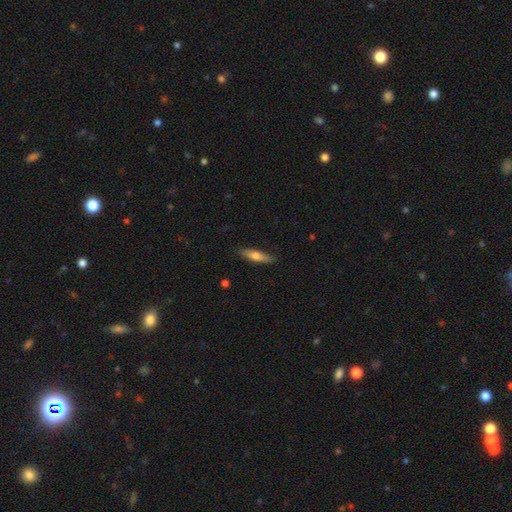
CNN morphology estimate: Q: Smooth or featured?
A: smooth (58%); runner-up: featured or disk (36%)
Q: How rounded?
A: cigar-shaped (70%); runner-up: in between (28%)
Q: Merging?
A: none (87%); runner-up: minor disturbance (10%)